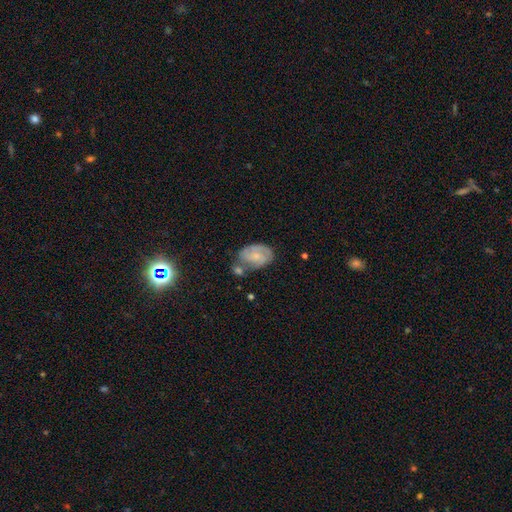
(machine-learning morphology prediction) A featured or disk galaxy (54%) with no bar (62%), spiral arms (80%) and a small central bulge (59%). Merging: none (49%).